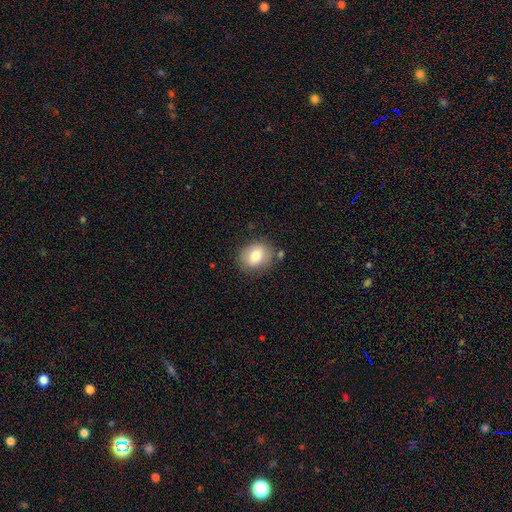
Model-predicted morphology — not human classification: Overall: smooth (77%). How rounded: round (54%; in between 45%). Merging: none (78%).